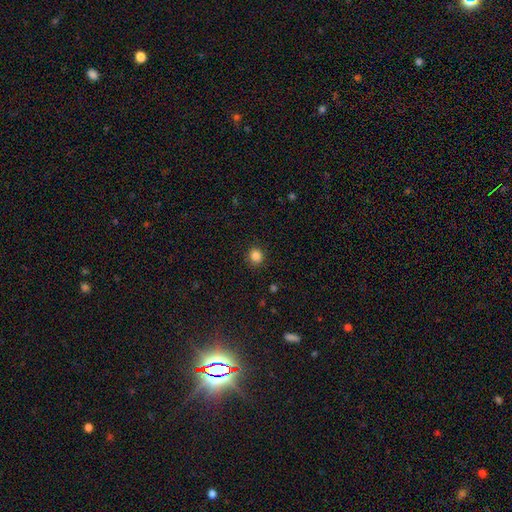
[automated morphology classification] smooth 85%, star or artifact 11%, featured or disk 3%. Down the decision tree: how rounded — round (86%); merging — none (90%).